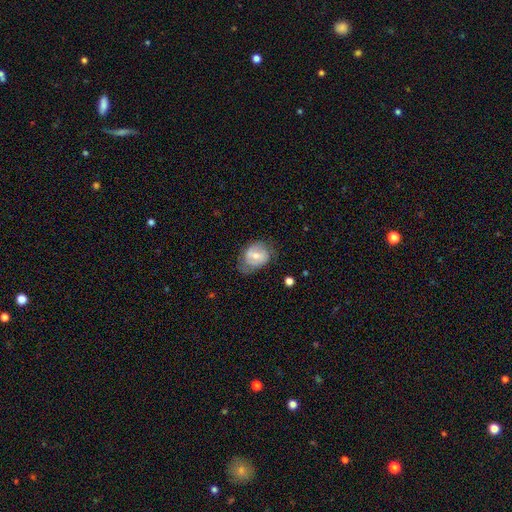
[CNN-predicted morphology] Smooth or featured? smooth (49%)
Merging? none (54%)